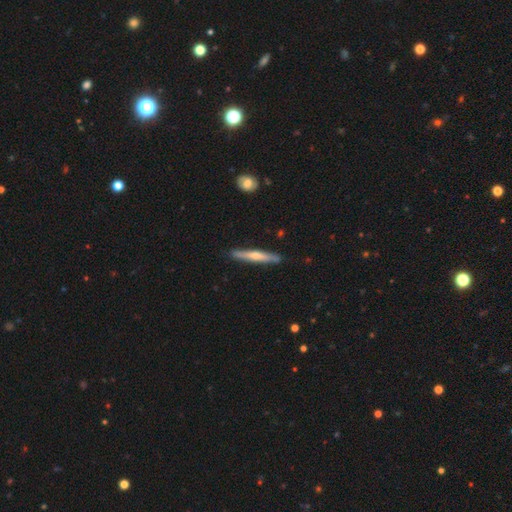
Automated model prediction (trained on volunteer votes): Morphology: type=featured or disk (54%); edge-on=yes (96%); edge-on bulge=rounded (72%); merging=none (89%).